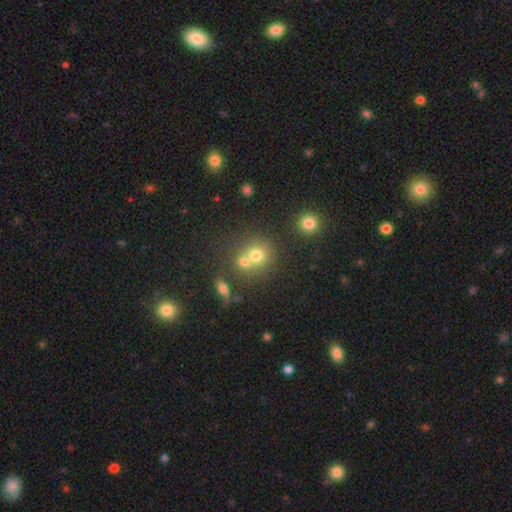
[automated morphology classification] This is likely a smooth galaxy (71%). How rounded: clearly round (83%). Merging: marginally none (45%).